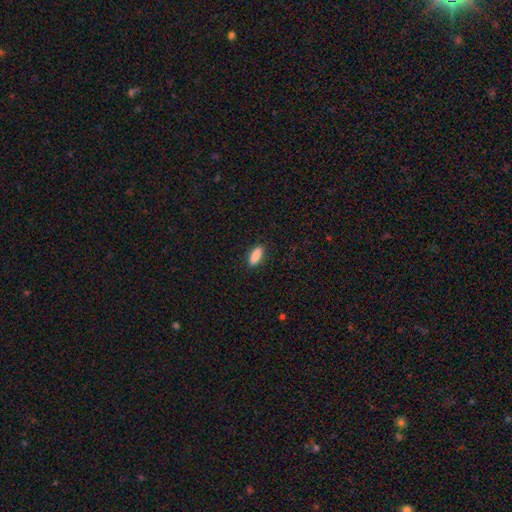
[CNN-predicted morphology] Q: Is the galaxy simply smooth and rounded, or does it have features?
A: smooth — 88%.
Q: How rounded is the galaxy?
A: in between — 70%.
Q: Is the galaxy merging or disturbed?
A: none — 89%.